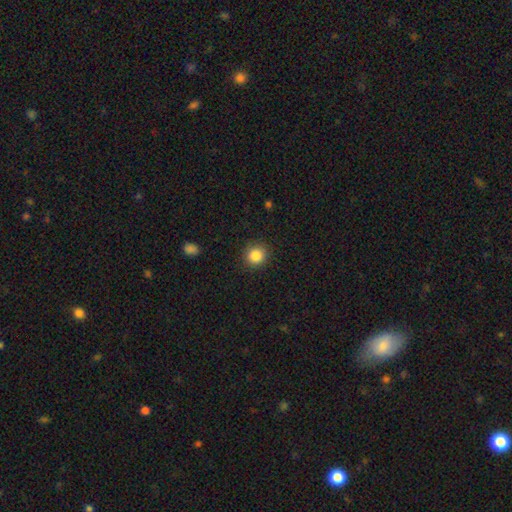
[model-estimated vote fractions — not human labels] The model was most divided on "smooth or featured": smooth: 86%, star or artifact: 10%, featured or disk: 4%. More confident: merging — none (89%); how rounded — round (89%).